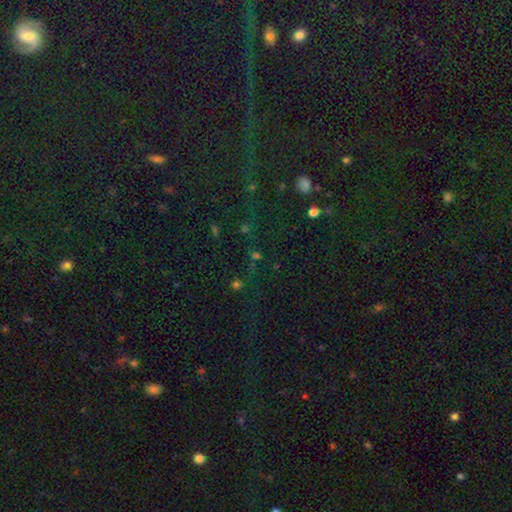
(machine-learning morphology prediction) Overall: star or artifact (80%).